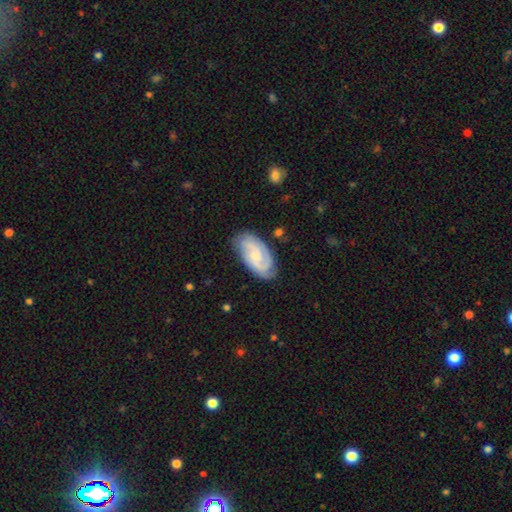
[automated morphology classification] Smooth or featured: featured or disk — 76% (smooth — 18%)
Edge-on disk: no — 96% (yes — 4%)
Bar: no — 56% (weak — 38%)
Spiral arms: yes — 95% (no — 5%)
Spiral winding: tight — 47% (medium — 41%)
Spiral arm count: 2 — 55% (3 — 18%)
Bulge size: small — 58% (moderate — 34%)
Merging: none — 76% (minor disturbance — 18%)